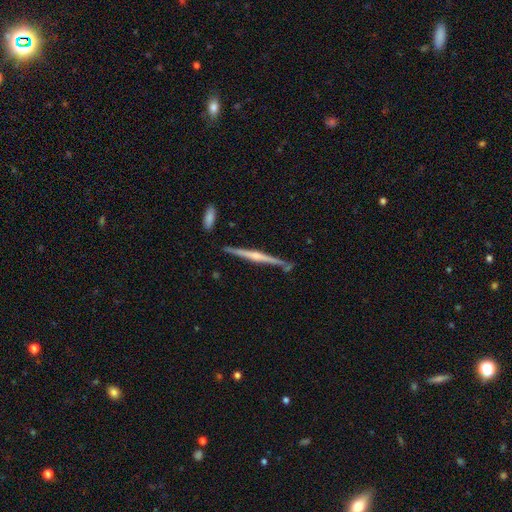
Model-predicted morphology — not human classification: Smooth or featured? featured or disk (77%)
Edge-on disk? yes (98%)
Edge-on bulge? rounded (74%)
Merging? none (84%)